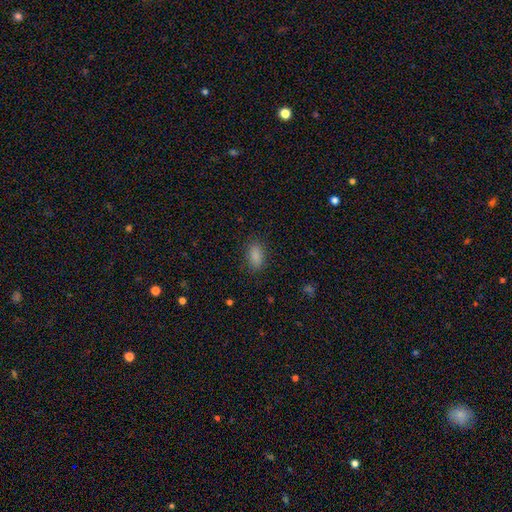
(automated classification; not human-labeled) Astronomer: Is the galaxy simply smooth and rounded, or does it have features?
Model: smooth — 87%.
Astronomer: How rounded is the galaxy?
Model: in between — 90%.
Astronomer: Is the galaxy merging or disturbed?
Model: none — 85%.